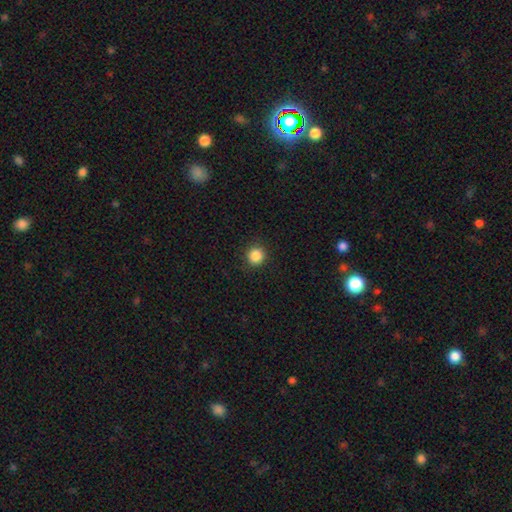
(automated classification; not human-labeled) Morphology: type=smooth (86%); roundness=round (94%); merging=none (91%).